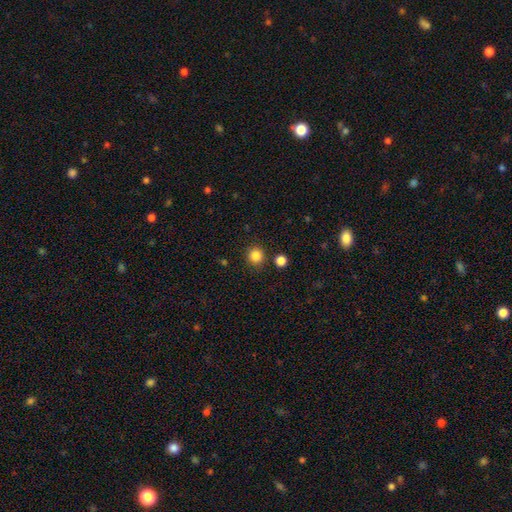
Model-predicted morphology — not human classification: Smooth or featured?
  - smooth: 85% *
  - star or artifact: 11%
  - featured or disk: 4%
How rounded?
  - round: 92% *
  - in between: 7%
  - cigar-shaped: 1%
Merging?
  - none: 88% *
  - minor disturbance: 7%
  - merger: 4%
  - major disturbance: 2%